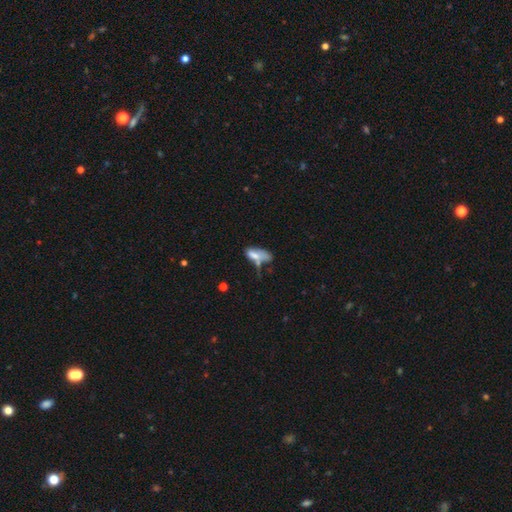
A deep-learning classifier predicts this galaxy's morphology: smooth-or-featured: smooth: 65% | featured or disk: 25% | star or artifact: 10%
  how-rounded: in between: 77% | cigar-shaped: 19% | round: 4%
  merging: merger: 30% | none: 25% | major disturbance: 24% | minor disturbance: 21%